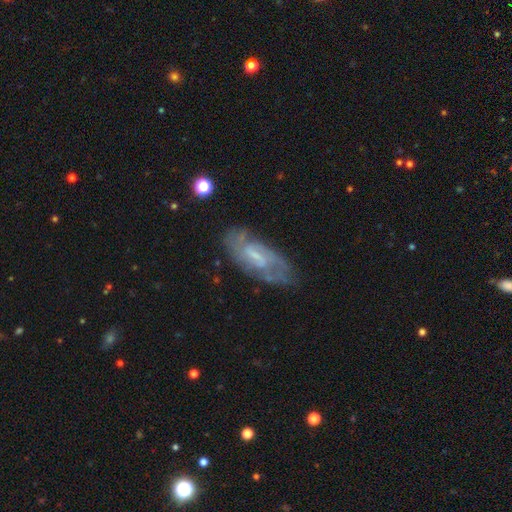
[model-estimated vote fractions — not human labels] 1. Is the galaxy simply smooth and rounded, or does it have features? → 70% featured or disk, 22% smooth, 8% star or artifact.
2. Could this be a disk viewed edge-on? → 89% no, 11% yes.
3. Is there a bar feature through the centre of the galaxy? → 53% weak, 29% no, 18% strong.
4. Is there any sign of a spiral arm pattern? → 79% yes, 21% no.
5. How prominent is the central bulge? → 48% small, 28% moderate, 20% none, 3% large, 1% dominant.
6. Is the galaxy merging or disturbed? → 69% none, 20% minor disturbance, 8% major disturbance, 2% merger.